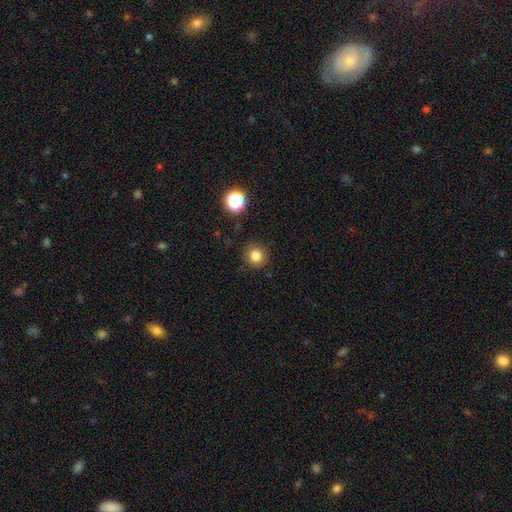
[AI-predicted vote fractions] Smooth or featured? Predicted: smooth (p=0.82). How rounded? Predicted: round (p=0.90). Merging? Predicted: none (p=0.87).